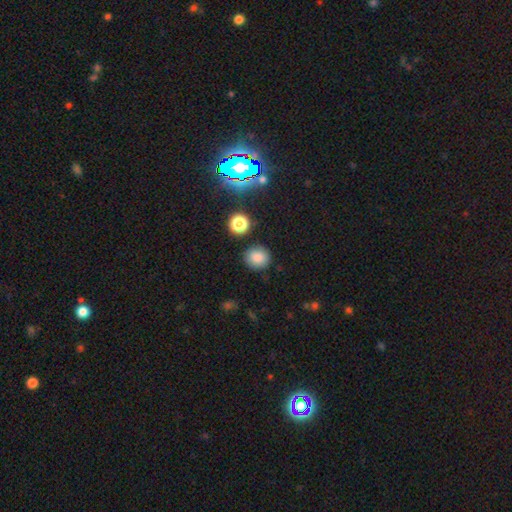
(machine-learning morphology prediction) A smooth galaxy with no disk features (83%) that is round (87%).

Vote fractions:
- Smooth or featured? smooth: 83% / star or artifact: 12% / featured or disk: 5%
- How rounded? round: 87% / in between: 12% / cigar-shaped: 1%
- Merging? none: 86% / minor disturbance: 8% / merger: 3% / major disturbance: 3%